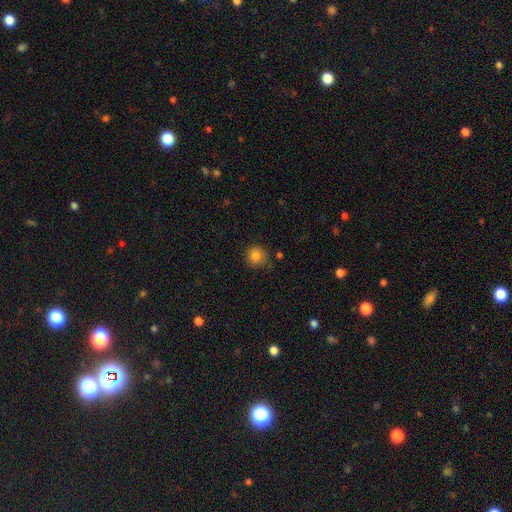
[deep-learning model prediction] This appears to be a smooth galaxy with no disk features (83%) that is round (90%). Merging: none (82%).